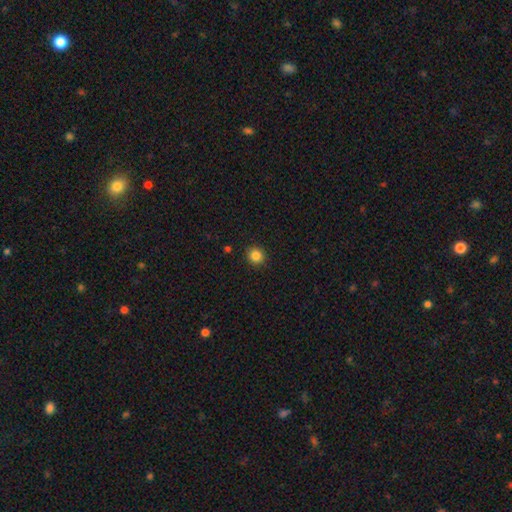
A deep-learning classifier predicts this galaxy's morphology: A smooth galaxy with no disk features (85%) that is round (91%). Merging: none (91%).